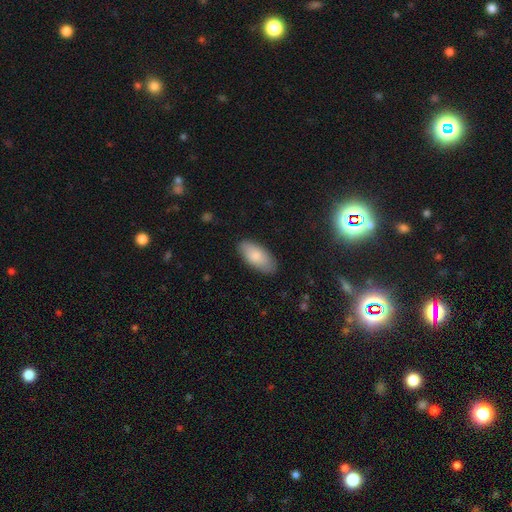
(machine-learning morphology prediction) Smooth or featured? smooth (82%)
How rounded? in between (91%)
Merging? none (85%)